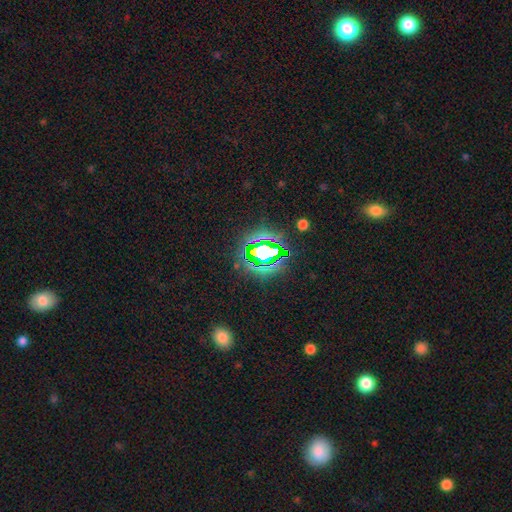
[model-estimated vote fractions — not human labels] Q: Smooth or featured?
A: star or artifact (77%); runner-up: smooth (15%)